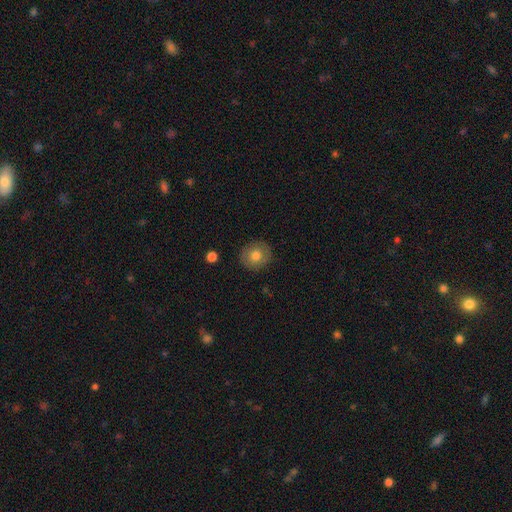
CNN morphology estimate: type=smooth (72%); roundness=round (86%); merging=none (87%).